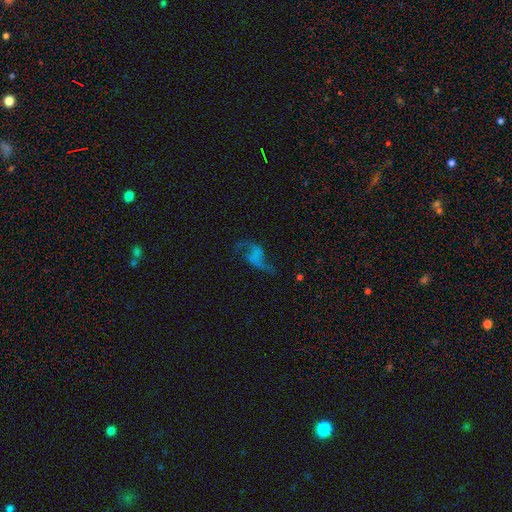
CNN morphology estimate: smooth-or-featured: featured or disk: 67% | smooth: 20% | star or artifact: 13%
  disk-edge-on: no: 96% | yes: 4%
    bar: no: 63% | weak: 25% | strong: 11%
    has-spiral-arms: yes: 78% | no: 22%
      spiral-winding: loose: 87% | medium: 10% | tight: 3%
      spiral-arm-count: 2: 86% | 1: 8% | can't tell: 3% | 3: 1% | 4: 1% | more than 4: 1%
    bulge-size: none: 77% | small: 11% | moderate: 6% | large: 4% | dominant: 2%
  merging: none: 47% | major disturbance: 31% | minor disturbance: 18% | merger: 5%